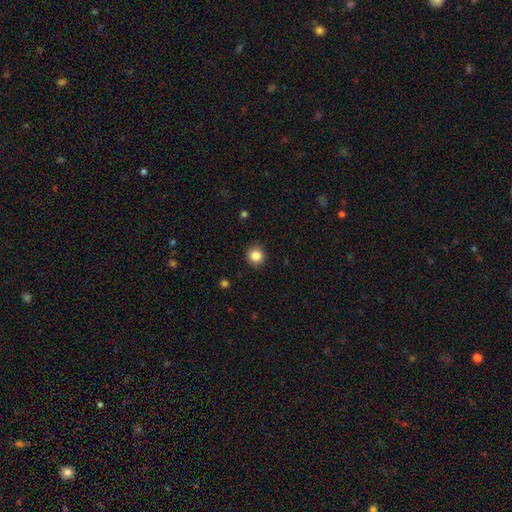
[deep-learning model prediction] Q: Smooth or featured?
A: smooth (85%); runner-up: star or artifact (10%)
Q: How rounded?
A: round (93%); runner-up: in between (6%)
Q: Merging?
A: none (92%); runner-up: minor disturbance (6%)